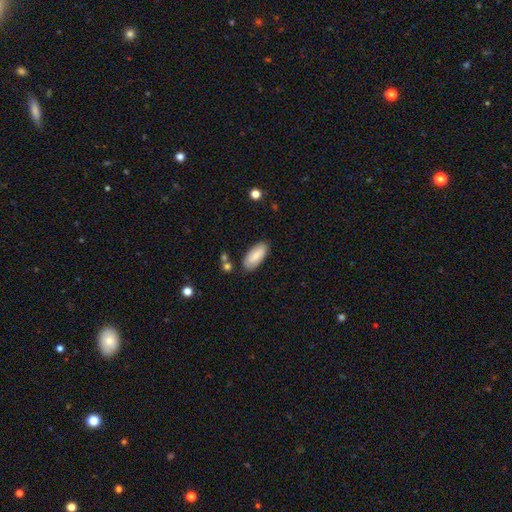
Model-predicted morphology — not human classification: Overall: smooth (77%). How rounded: in between (88%). Merging: none (82%).